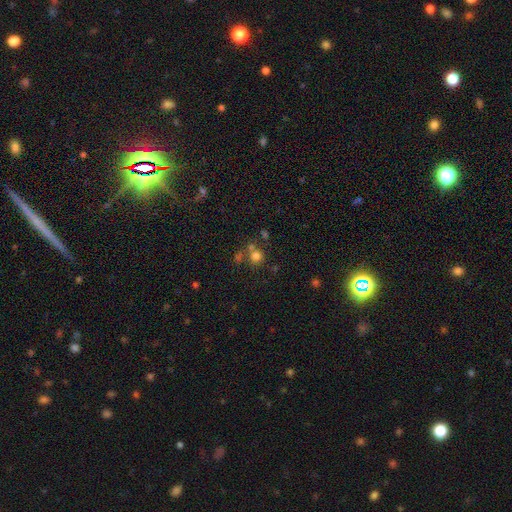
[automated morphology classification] The model was most divided on "merging": none: 61%, merger: 25%, minor disturbance: 9%, major disturbance: 5%. More confident: how rounded — round (88%); smooth or featured — smooth (71%).